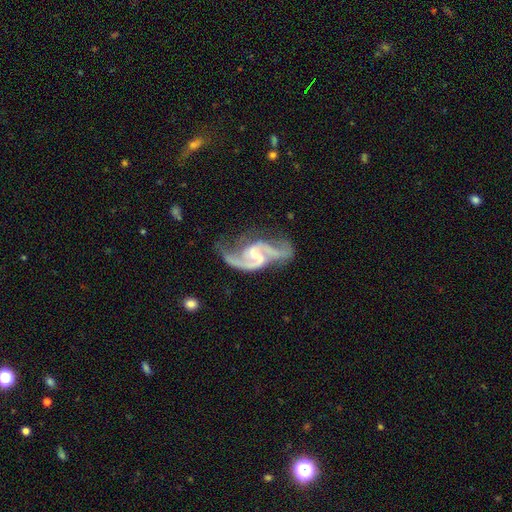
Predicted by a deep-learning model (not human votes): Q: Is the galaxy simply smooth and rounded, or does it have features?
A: featured or disk — 91%.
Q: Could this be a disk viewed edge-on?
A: no — 98%.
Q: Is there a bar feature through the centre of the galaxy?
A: weak — 53%.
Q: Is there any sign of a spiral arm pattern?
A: yes — 96%.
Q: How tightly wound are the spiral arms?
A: loose — 51%.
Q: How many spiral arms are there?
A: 2 — 87%.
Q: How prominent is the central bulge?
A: small — 49%.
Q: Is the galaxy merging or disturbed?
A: none — 48%.